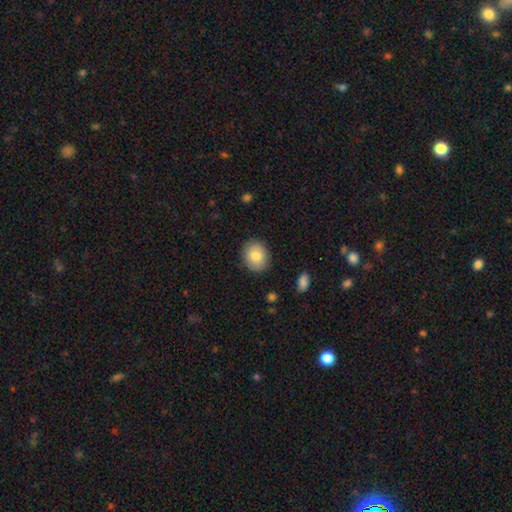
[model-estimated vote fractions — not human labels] This appears to be a smooth galaxy with no disk features (82%) that is round (55%). Merging: none (87%).